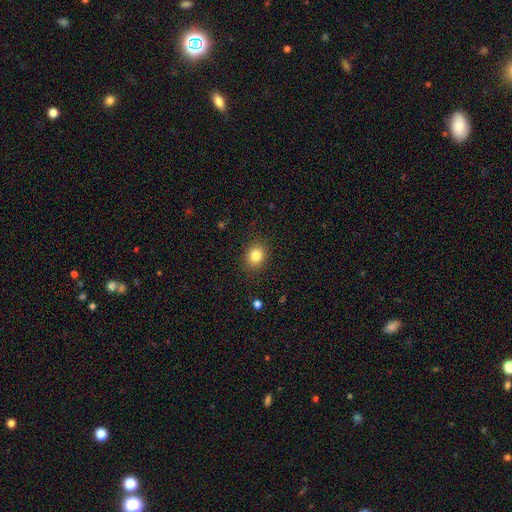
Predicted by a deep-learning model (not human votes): Smooth or featured: smooth — 83% (star or artifact — 11%)
How rounded: round — 59% (in between — 40%)
Merging: none — 88% (minor disturbance — 8%)